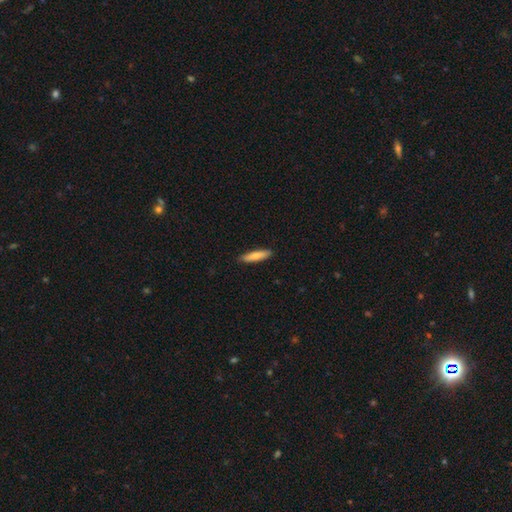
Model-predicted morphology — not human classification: Smooth or featured: smooth — 79% (featured or disk — 16%)
How rounded: cigar-shaped — 80% (in between — 18%)
Merging: none — 89% (minor disturbance — 8%)